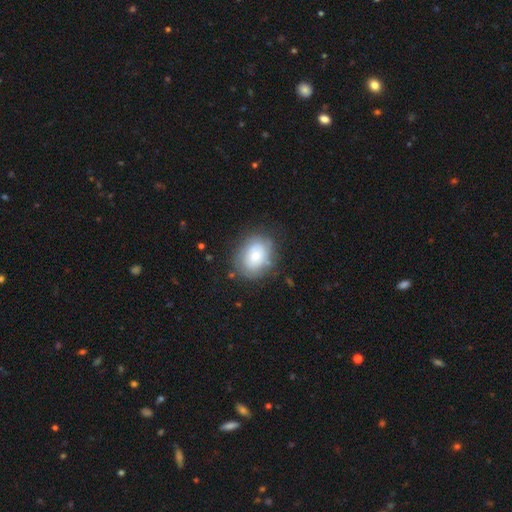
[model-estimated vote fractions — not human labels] Smooth or featured: smooth — 59% (featured or disk — 33%)
How rounded: in between — 56% (round — 43%)
Merging: none — 73% (minor disturbance — 18%)